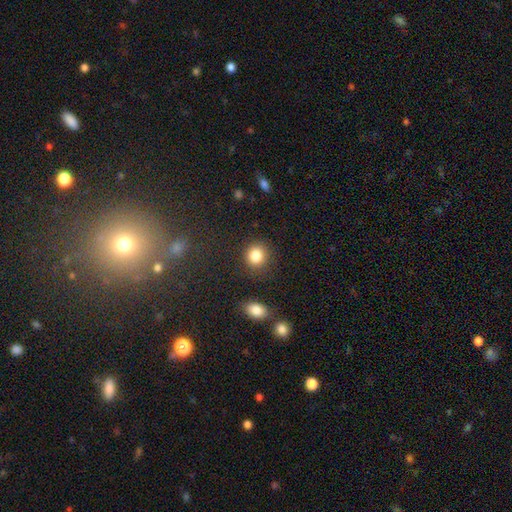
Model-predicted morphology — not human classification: smooth-or-featured: smooth: 85% | star or artifact: 10% | featured or disk: 5%
  how-rounded: round: 81% | in between: 18% | cigar-shaped: 1%
  merging: none: 85% | minor disturbance: 9% | major disturbance: 3% | merger: 3%